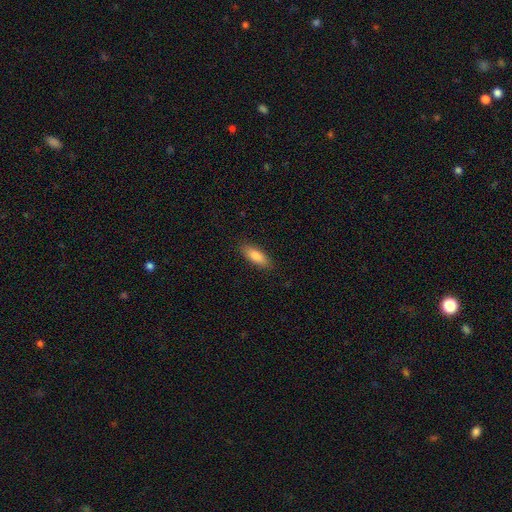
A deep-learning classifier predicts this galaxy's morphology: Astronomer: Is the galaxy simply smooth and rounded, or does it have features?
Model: smooth — 86%.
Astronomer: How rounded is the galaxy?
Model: in between — 66%.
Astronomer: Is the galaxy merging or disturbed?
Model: none — 87%.